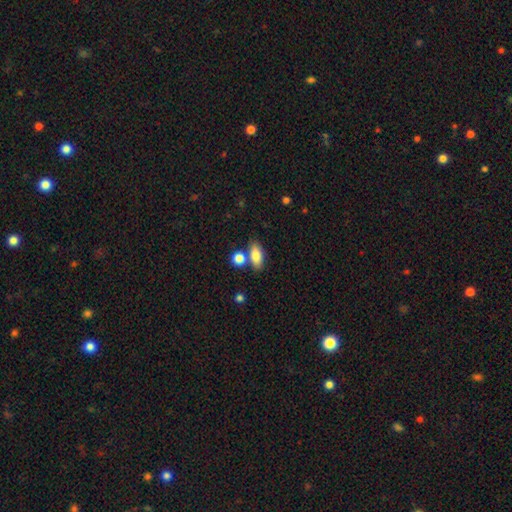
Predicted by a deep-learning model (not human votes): Smooth or featured? Predicted: smooth (p=0.81). How rounded? Predicted: in between (p=0.81). Merging? Predicted: none (p=0.67).